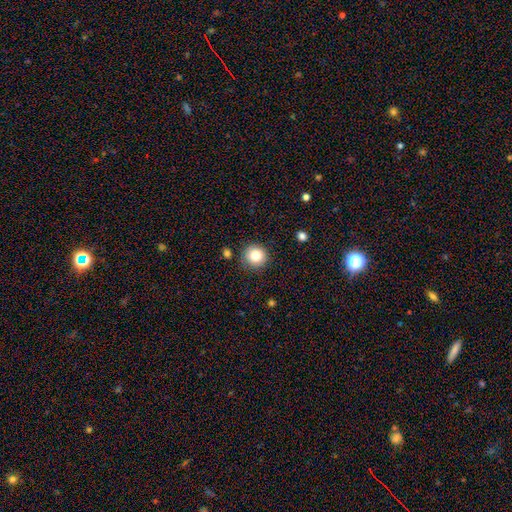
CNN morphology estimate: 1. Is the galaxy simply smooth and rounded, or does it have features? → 81% smooth, 11% star or artifact, 8% featured or disk.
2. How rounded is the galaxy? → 94% round, 5% in between, 1% cigar-shaped.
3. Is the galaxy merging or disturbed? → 87% none, 8% minor disturbance, 3% major disturbance, 2% merger.